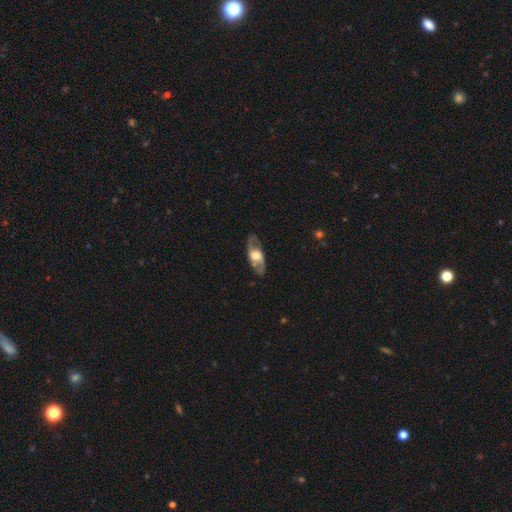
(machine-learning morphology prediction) This is likely a featured or disk galaxy (64%). It is likely not viewed edge-on (73%). Merging: likely none (79%).